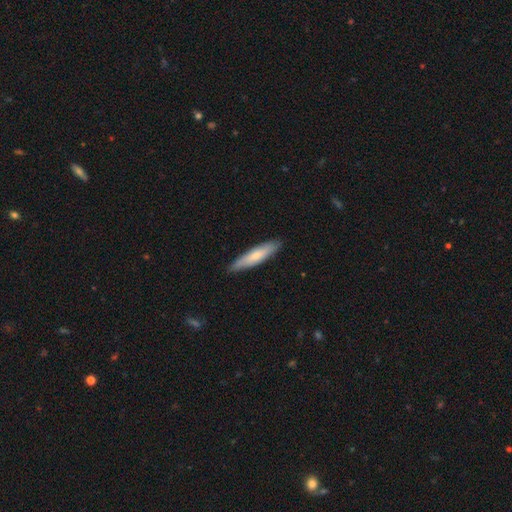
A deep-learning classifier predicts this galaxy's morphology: smooth 70%, featured or disk 25%, star or artifact 5%. Down the decision tree: how rounded — cigar-shaped (83%); merging — none (87%).